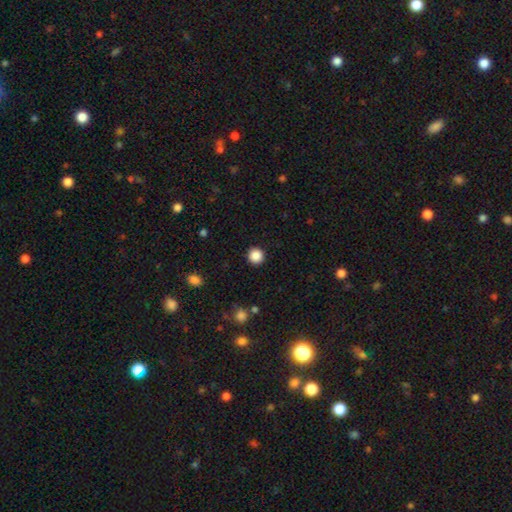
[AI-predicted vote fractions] smooth-or-featured: smooth: 87% | star or artifact: 10% | featured or disk: 3%
  how-rounded: round: 95% | in between: 4% | cigar-shaped: 1%
  merging: none: 93% | minor disturbance: 4% | major disturbance: 2% | merger: 1%